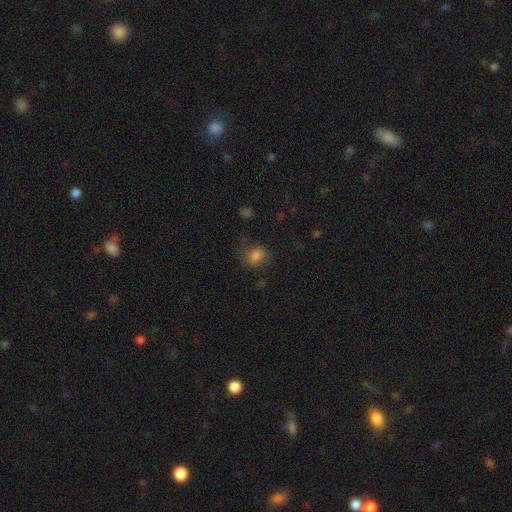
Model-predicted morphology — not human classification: Smooth or featured: smooth — 78% (star or artifact — 13%)
How rounded: round — 53% (in between — 46%)
Merging: none — 62% (minor disturbance — 23%)